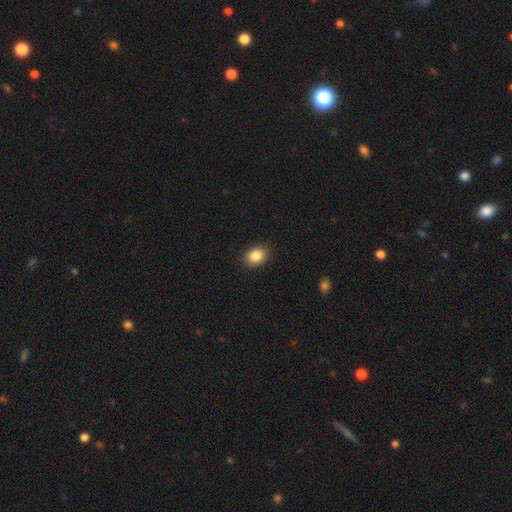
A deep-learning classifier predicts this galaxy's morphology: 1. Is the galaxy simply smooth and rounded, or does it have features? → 86% smooth, 9% star or artifact, 5% featured or disk.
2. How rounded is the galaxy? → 65% in between, 34% round, 1% cigar-shaped.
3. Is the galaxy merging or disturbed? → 89% none, 8% minor disturbance, 2% major disturbance, 1% merger.